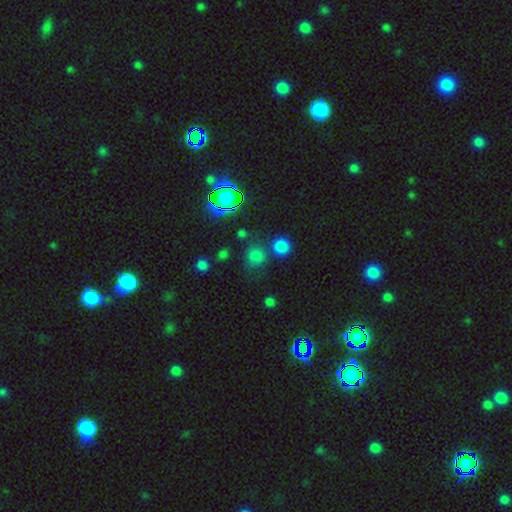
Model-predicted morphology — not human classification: A smooth galaxy with no disk features (70%) that is round (86%). Merging: none (71%).